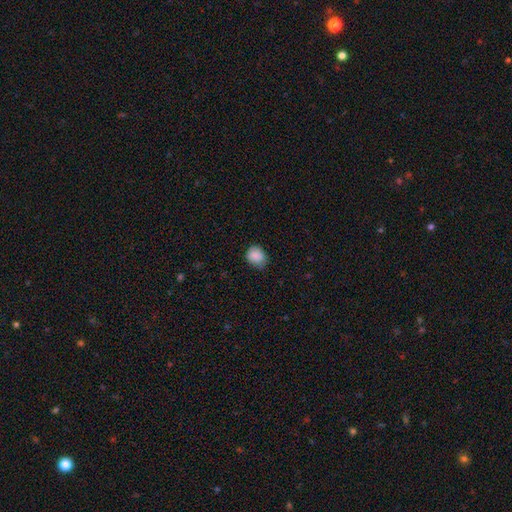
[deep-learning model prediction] smooth 87%, star or artifact 8%, featured or disk 5%. Down the decision tree: how rounded — round (56%); merging — none (71%).